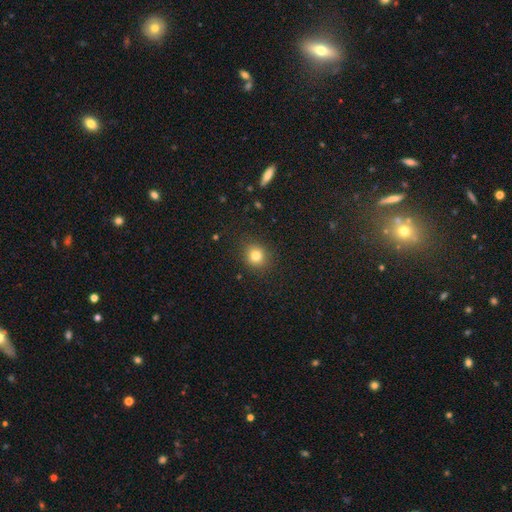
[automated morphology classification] smooth_or_featured: smooth (p=0.80) [alt: star or artifact p=0.13]
how_rounded: round (p=0.84) [alt: in between p=0.15]
merging: none (p=0.89) [alt: minor disturbance p=0.08]